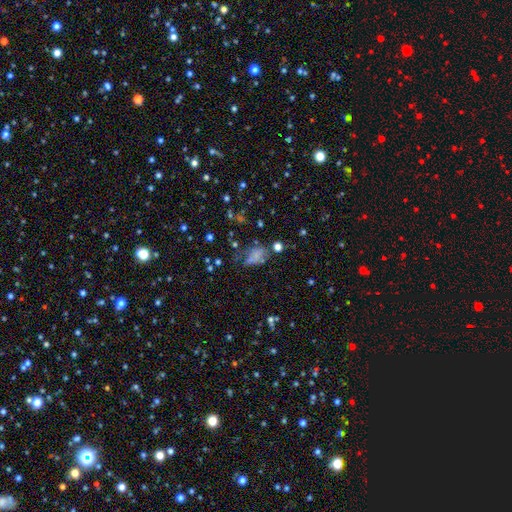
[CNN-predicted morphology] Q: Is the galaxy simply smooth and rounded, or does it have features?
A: smooth — 56%.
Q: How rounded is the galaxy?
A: in between — 81%.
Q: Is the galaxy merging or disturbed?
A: none — 34%.